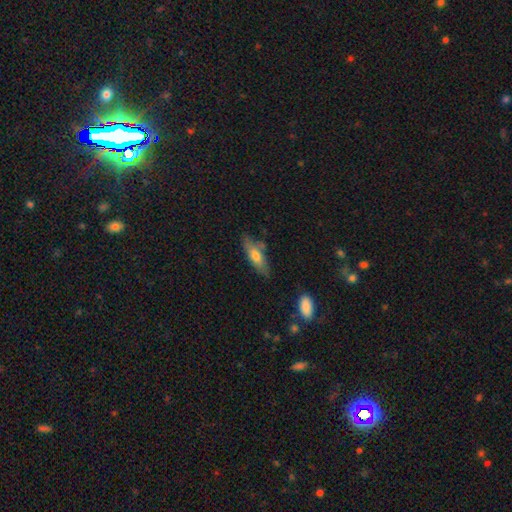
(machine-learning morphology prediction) smooth_or_featured: smooth (p=0.66) [alt: featured or disk p=0.28]
how_rounded: in between (p=0.53) [alt: cigar-shaped p=0.44]
merging: none (p=0.68) [alt: minor disturbance p=0.21]